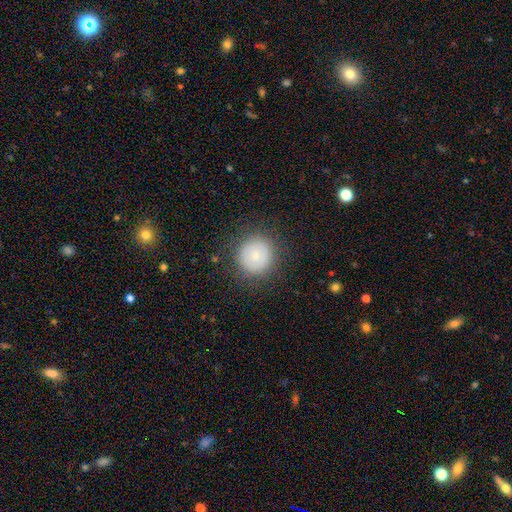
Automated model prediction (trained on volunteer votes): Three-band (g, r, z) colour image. It shows a smooth galaxy with no disk features (75%) that is round (95%). Merging: none (86%).